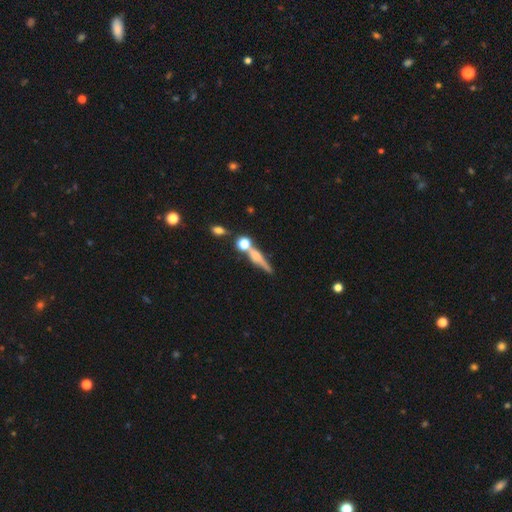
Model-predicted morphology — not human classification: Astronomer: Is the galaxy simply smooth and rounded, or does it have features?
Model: featured or disk — 44% (runner-up: smooth, 42%).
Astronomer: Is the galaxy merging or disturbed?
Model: none — 58%.